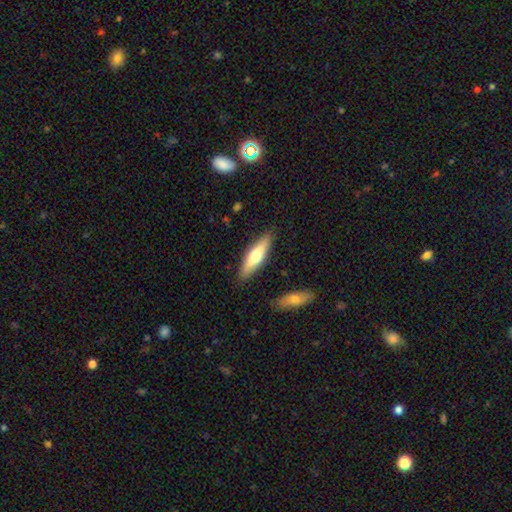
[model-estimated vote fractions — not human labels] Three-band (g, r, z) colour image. It shows a smooth galaxy with no disk features (55%) that is cigar-shaped (65%). Merging: none (86%).